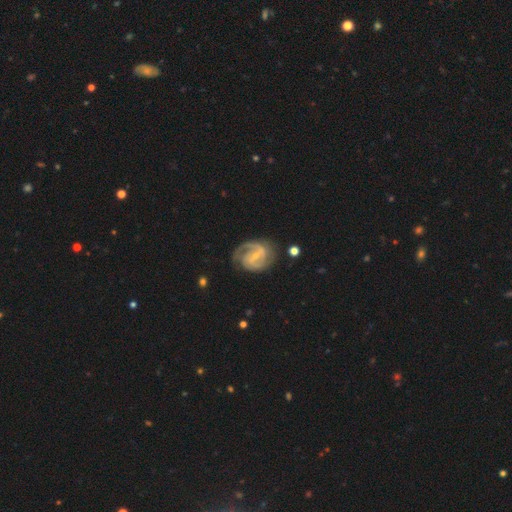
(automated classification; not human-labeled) smooth_or_featured: featured or disk (p=0.89) [alt: smooth p=0.07]
disk_edge_on: no (p=0.98) [alt: yes p=0.02]
bar: weak (p=0.51) [alt: strong p=0.28]
has_spiral_arms: yes (p=0.97) [alt: no p=0.03]
spiral_winding: medium (p=0.53) [alt: tight p=0.32]
spiral_arm_count: 2 (p=0.80) [alt: 3 p=0.07]
bulge_size: small (p=0.73) [alt: moderate p=0.17]
merging: none (p=0.69) [alt: minor disturbance p=0.20]